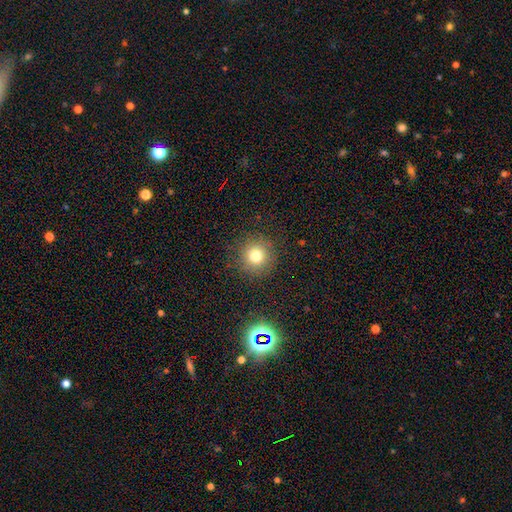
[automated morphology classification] This is likely a smooth galaxy (77%). How rounded: clearly round (95%). Merging: clearly none (89%).